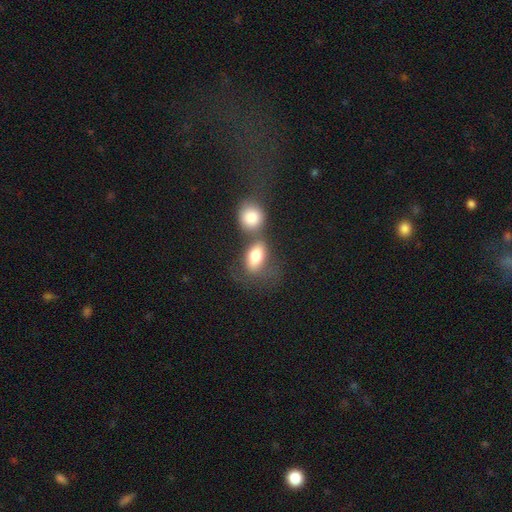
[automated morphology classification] Smooth or featured? smooth (78%)
How rounded? in between (81%)
Merging? merger (57%)